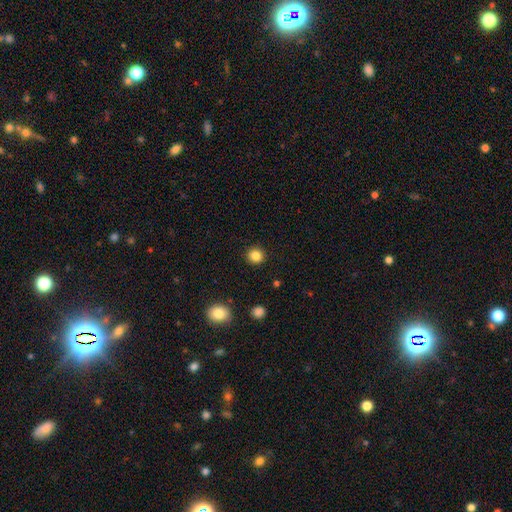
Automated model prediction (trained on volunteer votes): Morphology: type=smooth (85%); roundness=round (90%); merging=none (91%).